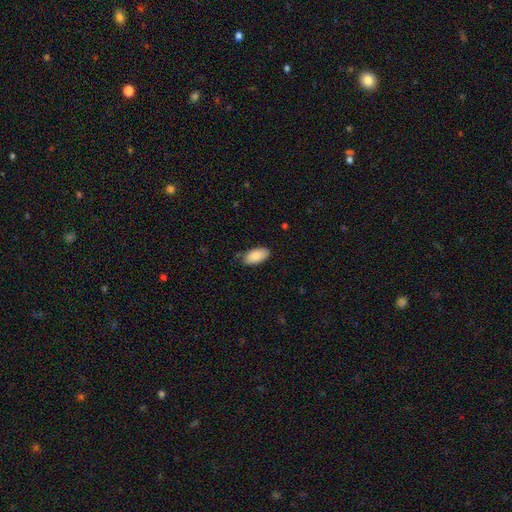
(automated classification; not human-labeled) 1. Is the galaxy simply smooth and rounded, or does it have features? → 87% smooth, 7% featured or disk, 6% star or artifact.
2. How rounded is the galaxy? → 95% in between, 3% cigar-shaped, 2% round.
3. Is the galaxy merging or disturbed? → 79% none, 17% minor disturbance, 3% major disturbance, 1% merger.